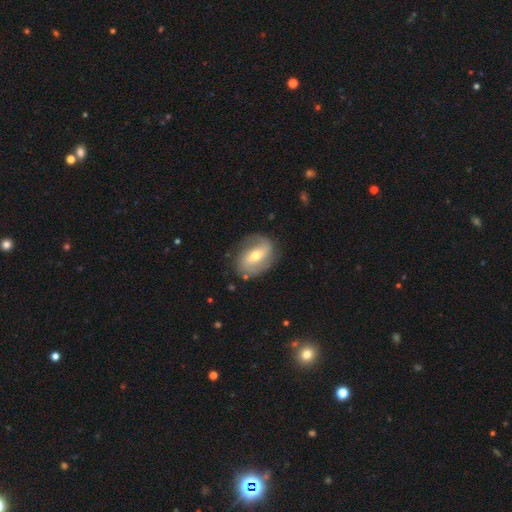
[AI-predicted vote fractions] This appears to be a featured or disk galaxy (69%) with a weak bar (40%), 2 (80%) medium (39%) spiral arms (83%) and a moderate central bulge (59%). Merging: none (77%).